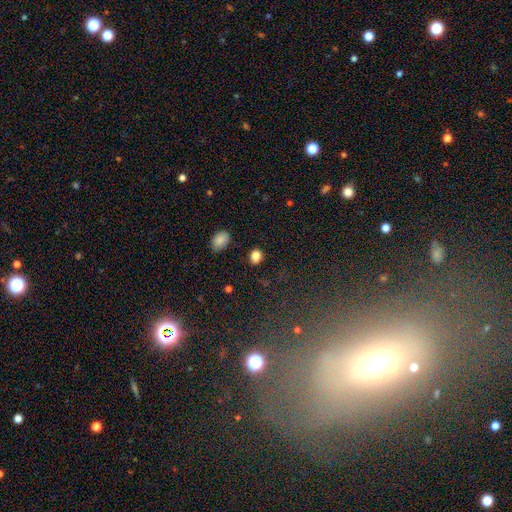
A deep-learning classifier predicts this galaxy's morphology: A smooth galaxy with no disk features (84%) that is in between round and cigar-shaped (52%).

Vote fractions:
- Smooth or featured? smooth: 84% / star or artifact: 11% / featured or disk: 5%
- How rounded? in between: 52% / round: 47% / cigar-shaped: 1%
- Merging? none: 83% / minor disturbance: 11% / major disturbance: 3% / merger: 2%